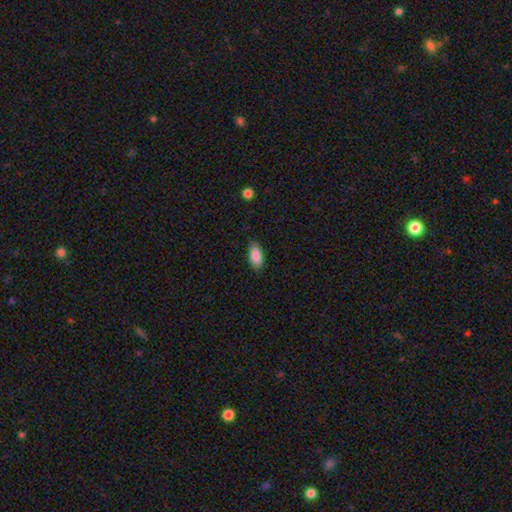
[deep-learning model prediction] Smooth or featured: smooth — 88% (star or artifact — 7%)
How rounded: in between — 90% (cigar-shaped — 7%)
Merging: none — 86% (minor disturbance — 11%)